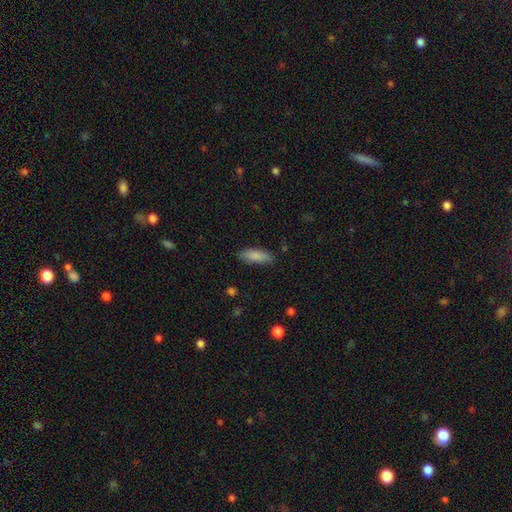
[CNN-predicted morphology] Smooth or featured: smooth — 87% (featured or disk — 7%)
How rounded: in between — 67% (cigar-shaped — 31%)
Merging: none — 83% (minor disturbance — 13%)